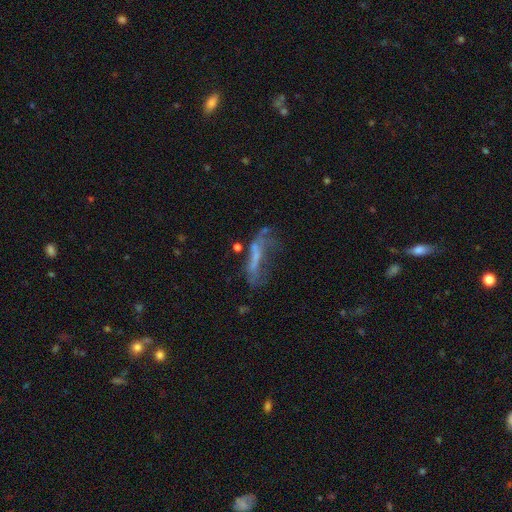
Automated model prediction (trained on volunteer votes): Overall: featured or disk (49%; smooth 34%). Merging: major disturbance (38%; none 31%).